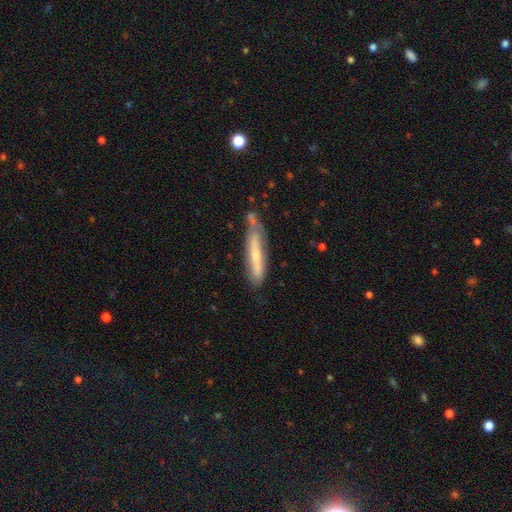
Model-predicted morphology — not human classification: This appears to be a featured or disk galaxy (48%). Merging: none (55%).